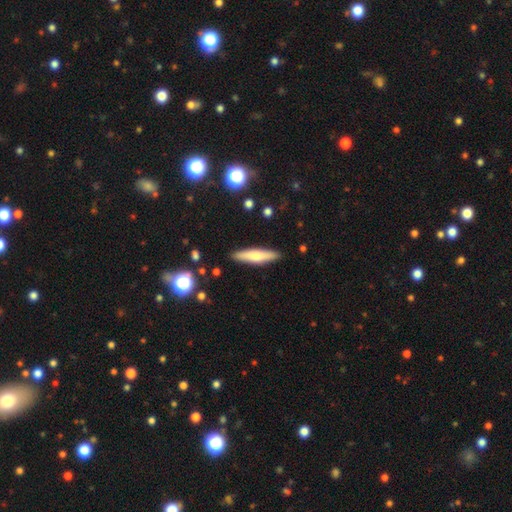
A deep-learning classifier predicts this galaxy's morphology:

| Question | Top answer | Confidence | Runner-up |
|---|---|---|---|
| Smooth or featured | smooth | 66% | featured or disk (28%) |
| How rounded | cigar-shaped | 82% | in between (17%) |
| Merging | none | 89% | minor disturbance (8%) |